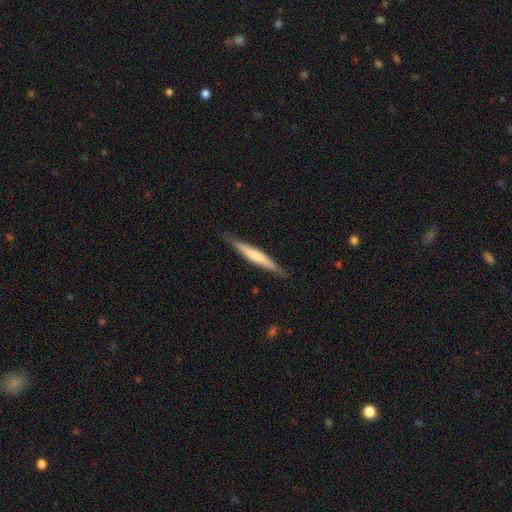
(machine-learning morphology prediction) This is possibly a smooth galaxy (52%). How rounded: clearly cigar-shaped (94%). Merging: clearly none (87%).